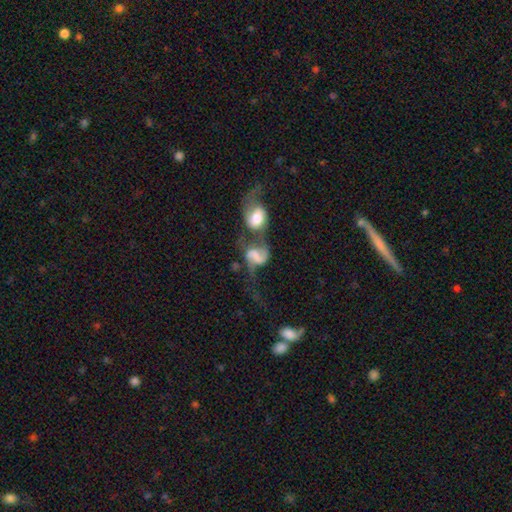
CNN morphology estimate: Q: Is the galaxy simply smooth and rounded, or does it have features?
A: featured or disk — 68%.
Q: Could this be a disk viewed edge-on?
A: no — 97%.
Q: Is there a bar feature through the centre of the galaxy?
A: weak — 41%.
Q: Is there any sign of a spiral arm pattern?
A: yes — 87%.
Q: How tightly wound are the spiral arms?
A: loose — 61%.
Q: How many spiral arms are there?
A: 2 — 82%.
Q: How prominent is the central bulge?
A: none — 37%.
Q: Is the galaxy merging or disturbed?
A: merger — 60%.